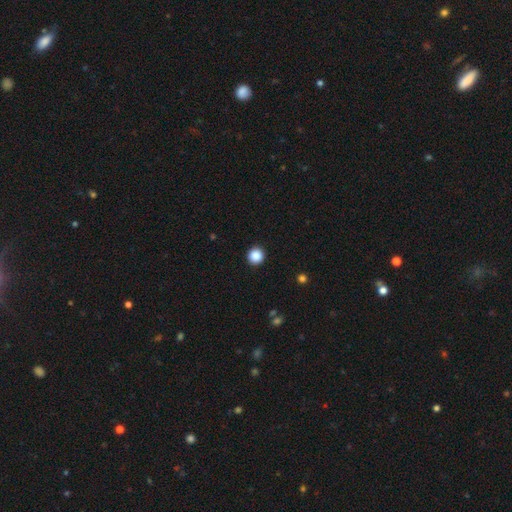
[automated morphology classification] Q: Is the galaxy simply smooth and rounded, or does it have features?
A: smooth — 88%.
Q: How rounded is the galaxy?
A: round — 95%.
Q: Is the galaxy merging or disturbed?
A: none — 93%.